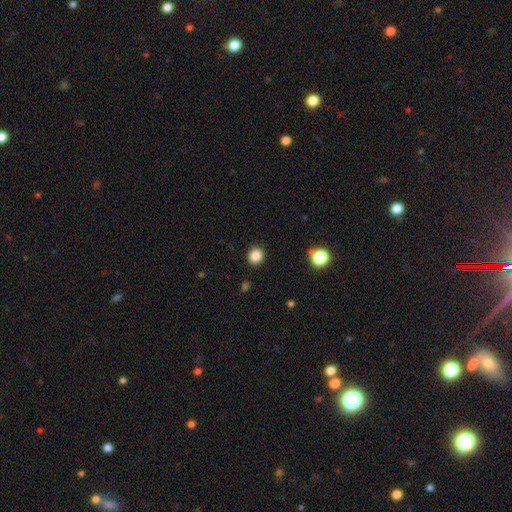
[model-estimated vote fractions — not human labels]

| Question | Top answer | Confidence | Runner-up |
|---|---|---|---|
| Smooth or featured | smooth | 85% | star or artifact (11%) |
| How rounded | round | 85% | in between (14%) |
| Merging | none | 90% | minor disturbance (6%) |